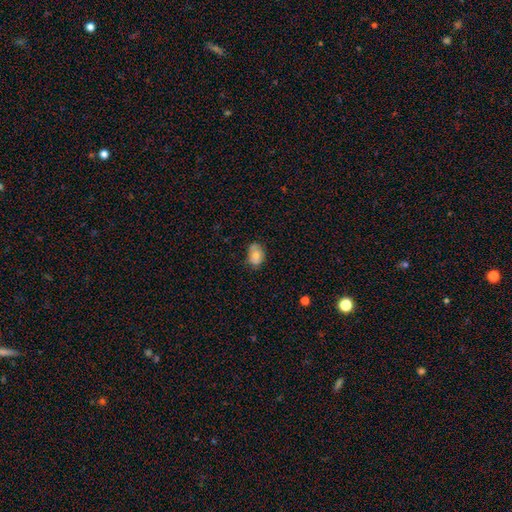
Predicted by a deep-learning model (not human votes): A smooth galaxy with no disk features (77%) that is in between round and cigar-shaped (79%).

Vote fractions:
- Smooth or featured? smooth: 77% / featured or disk: 15% / star or artifact: 8%
- How rounded? in between: 79% / round: 20% / cigar-shaped: 1%
- Merging? none: 59% / minor disturbance: 32% / major disturbance: 6% / merger: 3%